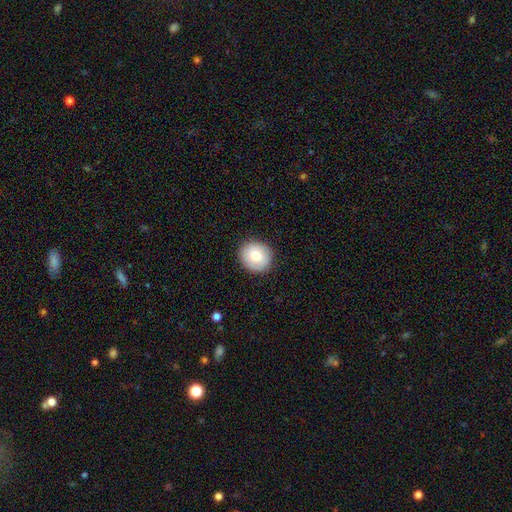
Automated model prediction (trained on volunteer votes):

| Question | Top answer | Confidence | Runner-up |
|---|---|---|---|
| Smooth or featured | smooth | 83% | featured or disk (10%) |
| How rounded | round | 81% | in between (18%) |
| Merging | none | 88% | minor disturbance (9%) |